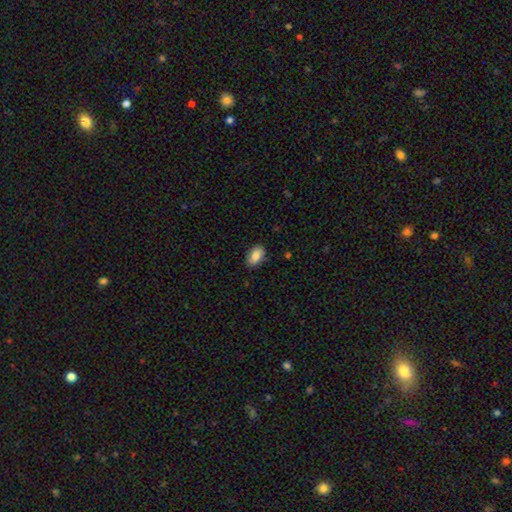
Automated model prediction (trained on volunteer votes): smooth-or-featured: smooth: 84% | featured or disk: 9% | star or artifact: 7%
  how-rounded: in between: 91% | round: 7% | cigar-shaped: 2%
  merging: none: 85% | minor disturbance: 12% | major disturbance: 2% | merger: 1%